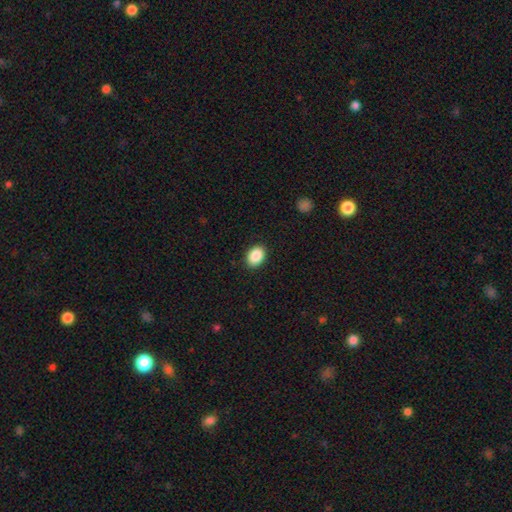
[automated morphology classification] smooth 89%, star or artifact 7%, featured or disk 3%. Down the decision tree: how rounded — in between (77%); merging — none (90%).